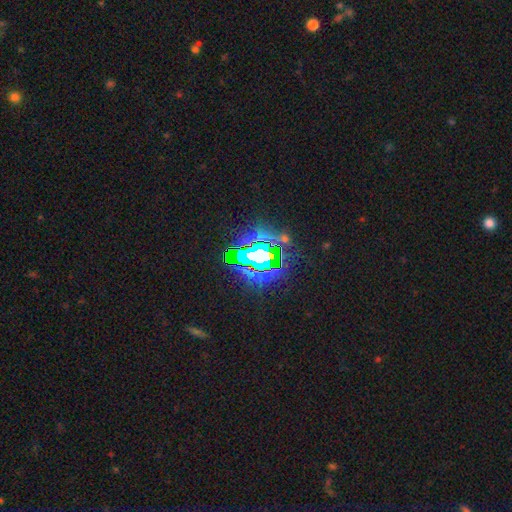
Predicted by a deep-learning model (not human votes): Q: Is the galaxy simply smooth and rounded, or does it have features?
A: star or artifact — 76%.